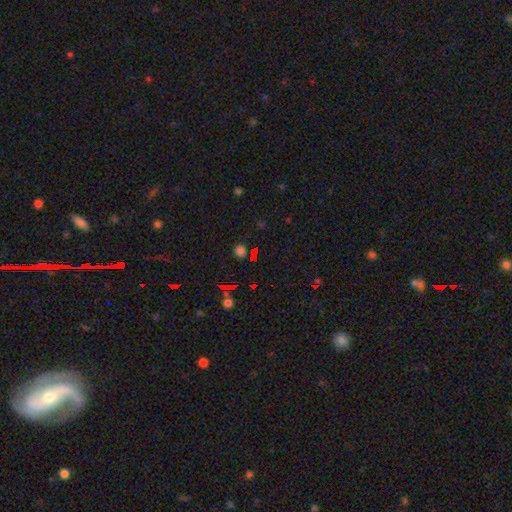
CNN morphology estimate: star or artifact 63%, smooth 29%, featured or disk 9%.